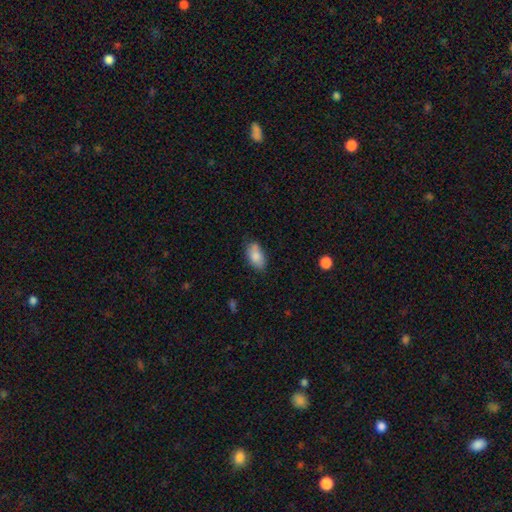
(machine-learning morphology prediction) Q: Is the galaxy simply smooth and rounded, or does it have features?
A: smooth — 84%.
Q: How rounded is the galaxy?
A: in between — 92%.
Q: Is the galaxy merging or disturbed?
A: none — 71%.